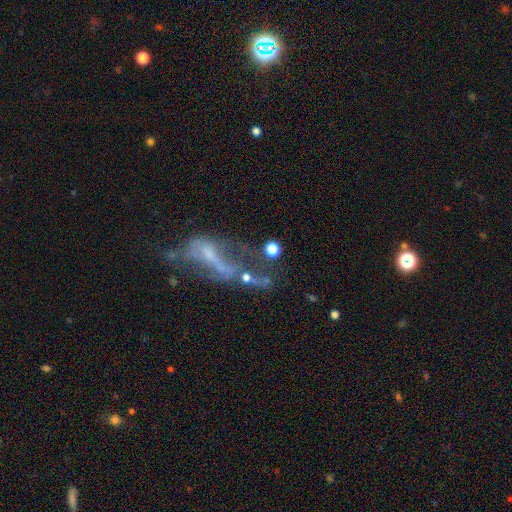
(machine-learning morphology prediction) Smooth or featured: featured or disk — 57% (star or artifact — 25%)
Edge-on disk: no — 80% (yes — 20%)
Merging: major disturbance — 37% (none — 26%)